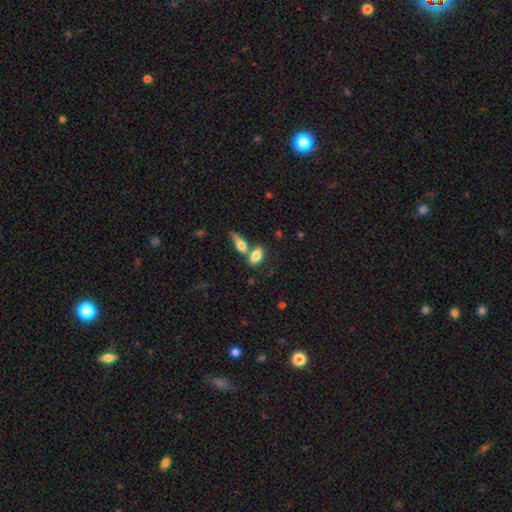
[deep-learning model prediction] Smooth or featured? smooth (78%)
How rounded? in between (85%)
Merging? merger (47%)